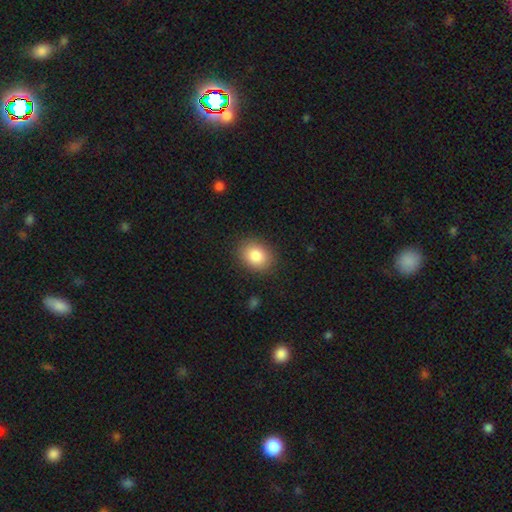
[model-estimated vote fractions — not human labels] A smooth galaxy with no disk features (85%) that is in between round and cigar-shaped (52%).

Vote fractions:
- Smooth or featured? smooth: 85% / star or artifact: 8% / featured or disk: 7%
- How rounded? in between: 52% / round: 48% / cigar-shaped: 1%
- Merging? none: 88% / minor disturbance: 8% / major disturbance: 3% / merger: 1%